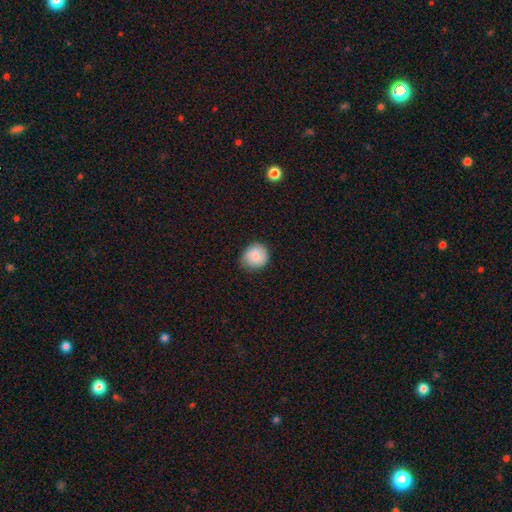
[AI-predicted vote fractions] Smooth or featured?
  - smooth: 84% *
  - featured or disk: 8%
  - star or artifact: 8%
How rounded?
  - round: 86% *
  - in between: 13%
  - cigar-shaped: 1%
Merging?
  - none: 78% *
  - minor disturbance: 18%
  - major disturbance: 3%
  - merger: 1%